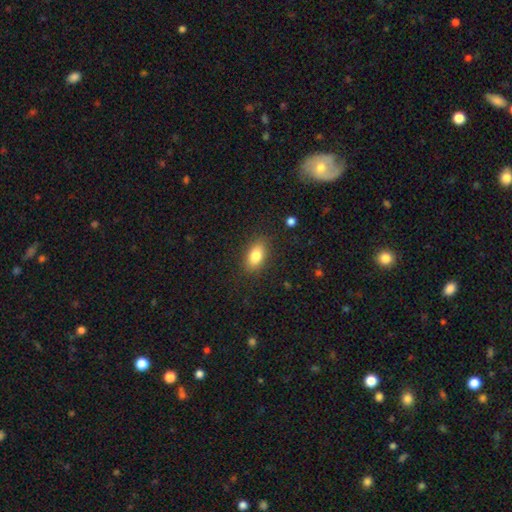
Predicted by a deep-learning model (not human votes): Overall: smooth (81%). How rounded: in between (88%). Merging: none (86%).